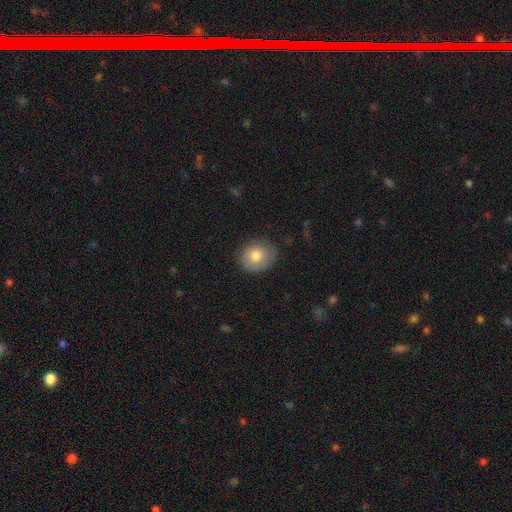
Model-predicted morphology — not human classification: smooth-or-featured: smooth: 74% | featured or disk: 18% | star or artifact: 8%
  how-rounded: round: 68% | in between: 31% | cigar-shaped: 1%
  merging: none: 78% | minor disturbance: 17% | major disturbance: 4% | merger: 1%